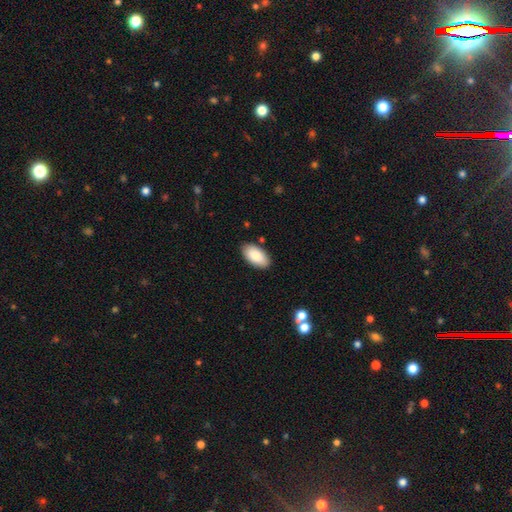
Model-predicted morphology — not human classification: Smooth or featured? smooth (85%)
How rounded? in between (95%)
Merging? none (86%)